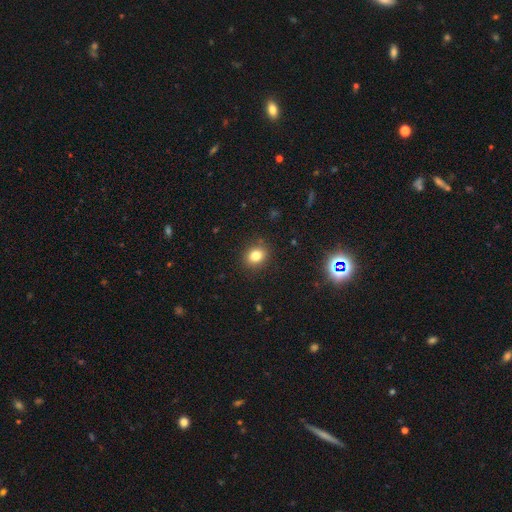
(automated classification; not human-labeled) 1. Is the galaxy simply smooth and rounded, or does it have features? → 81% smooth, 12% star or artifact, 7% featured or disk.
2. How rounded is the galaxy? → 61% round, 38% in between, 1% cigar-shaped.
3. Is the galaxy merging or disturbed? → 88% none, 9% minor disturbance, 2% major disturbance, 1% merger.